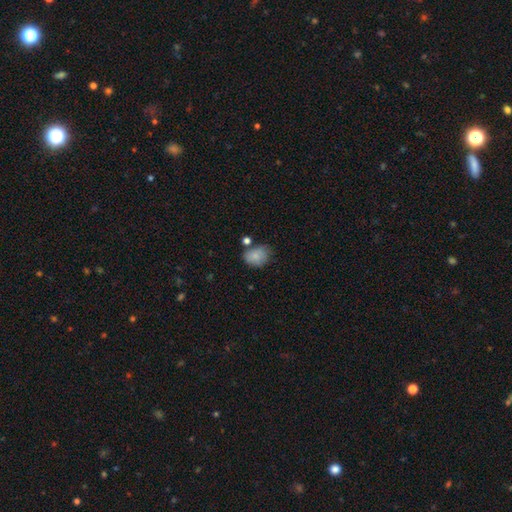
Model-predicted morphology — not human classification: Smooth or featured? Predicted: smooth (p=0.83). How rounded? Predicted: in between (p=0.66). Merging? Predicted: none (p=0.56).